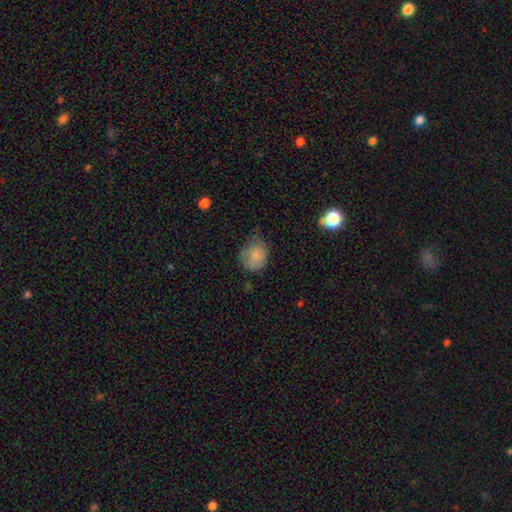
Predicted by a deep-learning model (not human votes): This appears to be a smooth galaxy with no disk features (77%) that is round (65%). Merging: none (41%).